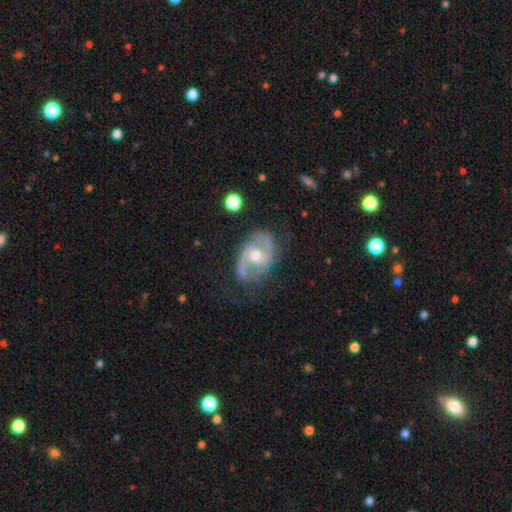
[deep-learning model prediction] The model was most divided on "bar": no: 46%, weak: 39%, strong: 15%. Remaining: edge-on disk — no (96%); spiral arms — yes (90%); spiral arm count — 2 (85%); smooth or featured — featured or disk (84%); bulge size — moderate (74%); merging — none (69%); spiral winding — medium (49%).